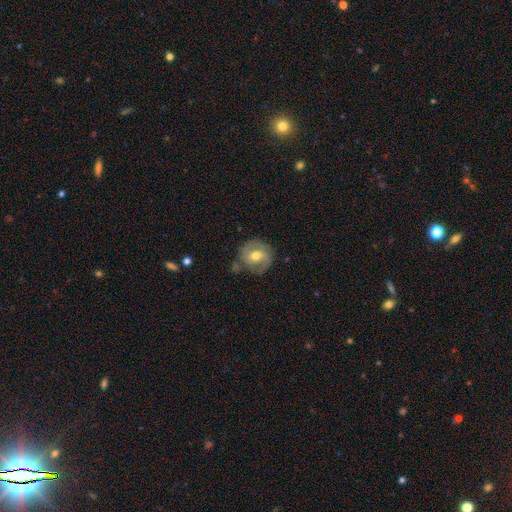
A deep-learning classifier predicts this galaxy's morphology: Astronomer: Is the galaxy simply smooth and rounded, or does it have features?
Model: featured or disk — 55% (runner-up: smooth, 38%).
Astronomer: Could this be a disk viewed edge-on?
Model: no — 96%.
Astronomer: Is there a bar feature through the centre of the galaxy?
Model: no — 44% (runner-up: weak, 43%).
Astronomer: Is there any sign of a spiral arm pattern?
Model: yes — 74%.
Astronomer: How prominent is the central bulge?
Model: moderate — 75%.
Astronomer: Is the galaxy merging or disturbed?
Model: none — 69%.